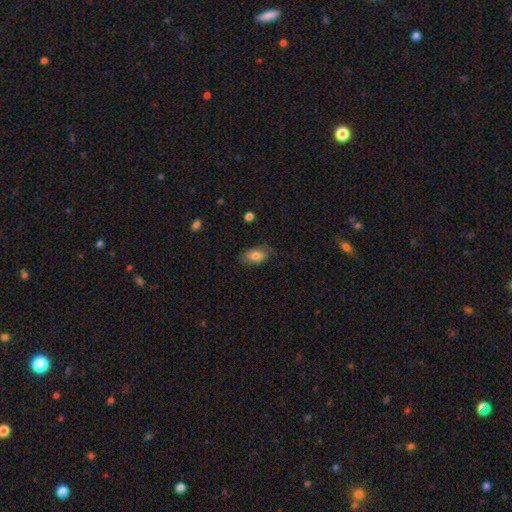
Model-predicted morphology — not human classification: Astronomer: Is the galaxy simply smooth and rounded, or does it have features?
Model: smooth — 75%.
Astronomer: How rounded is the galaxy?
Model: in between — 90%.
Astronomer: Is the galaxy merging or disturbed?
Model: none — 72%.